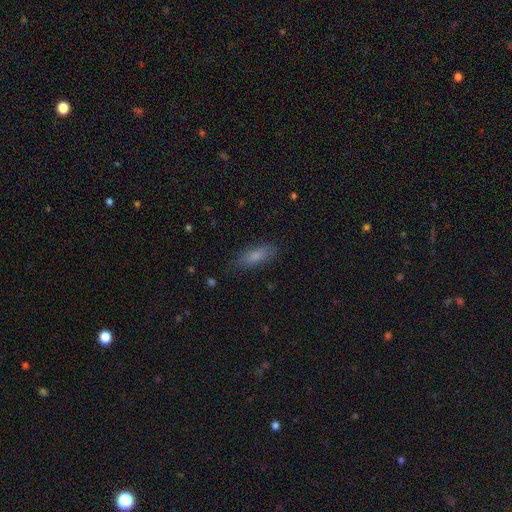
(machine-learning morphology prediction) The model was most divided on "how rounded": in between: 57%, cigar-shaped: 41%, round: 2%. More confident: merging — none (81%); smooth or featured — smooth (77%).